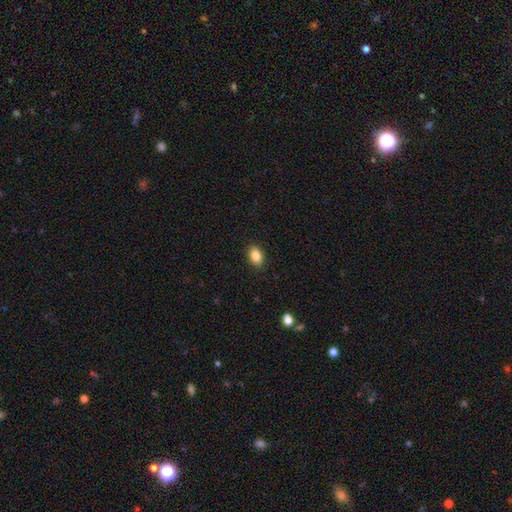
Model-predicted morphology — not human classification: The model was most divided on "how rounded": in between: 82%, round: 17%, cigar-shaped: 1%. More confident: merging — none (90%); smooth or featured — smooth (86%).